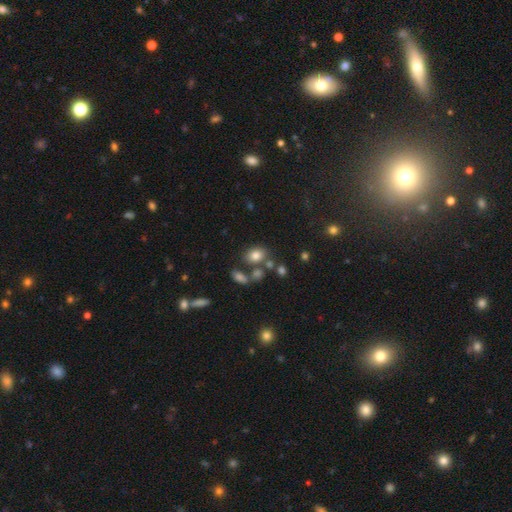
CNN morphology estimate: smooth-or-featured: smooth: 78% | star or artifact: 12% | featured or disk: 10%
  how-rounded: in between: 65% | round: 34% | cigar-shaped: 1%
  merging: none: 62% | merger: 18% | minor disturbance: 14% | major disturbance: 6%